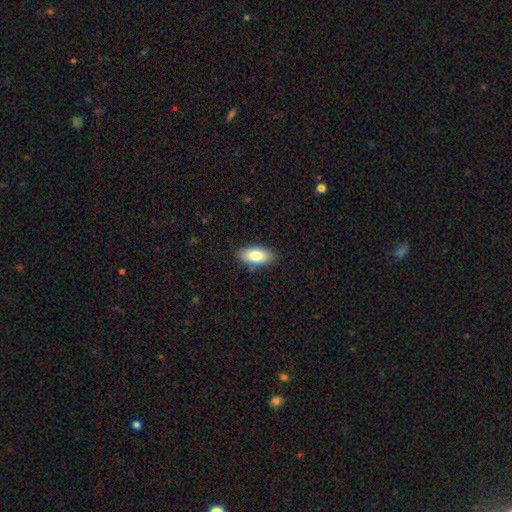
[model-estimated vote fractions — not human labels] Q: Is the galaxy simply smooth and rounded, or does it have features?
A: smooth — 82%.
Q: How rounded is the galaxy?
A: in between — 89%.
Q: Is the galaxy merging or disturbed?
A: none — 86%.